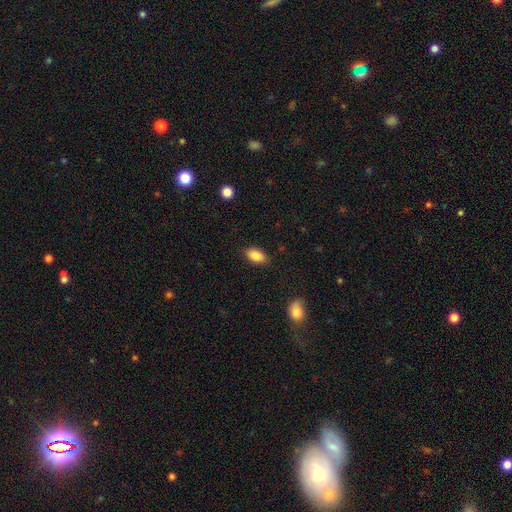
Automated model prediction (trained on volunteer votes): A smooth galaxy with no disk features (87%) that is in between round and cigar-shaped (91%). Merging: none (85%).